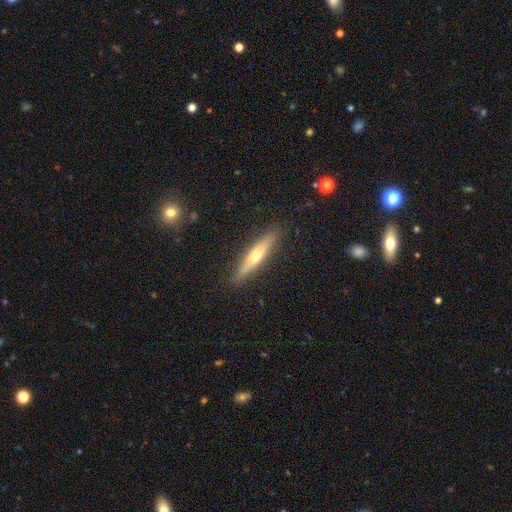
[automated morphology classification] A featured or disk galaxy (52%) viewed edge-on (91%).

Vote fractions:
- Smooth or featured? featured or disk: 52% / smooth: 42% / star or artifact: 6%
- Edge-on disk? yes: 91% / no: 9%
- Merging? none: 89% / minor disturbance: 8% / major disturbance: 2% / merger: 1%